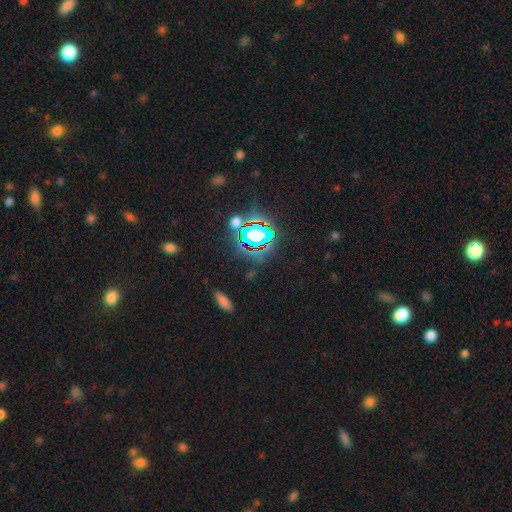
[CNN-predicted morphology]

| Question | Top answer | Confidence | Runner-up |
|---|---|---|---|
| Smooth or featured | star or artifact | 70% | smooth (19%) |